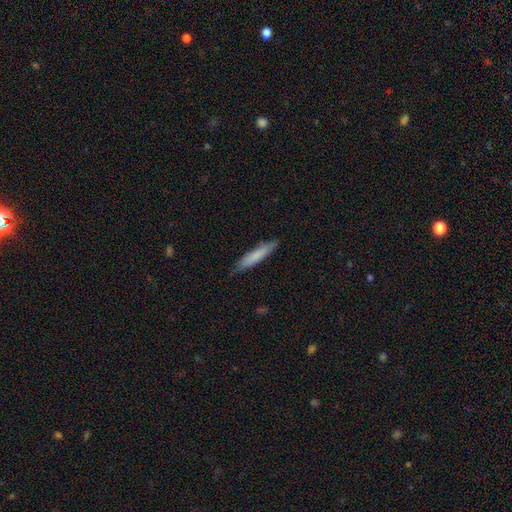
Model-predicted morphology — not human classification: This appears to be a smooth galaxy with no disk features (77%) that is cigar-shaped (90%). Merging: none (85%).